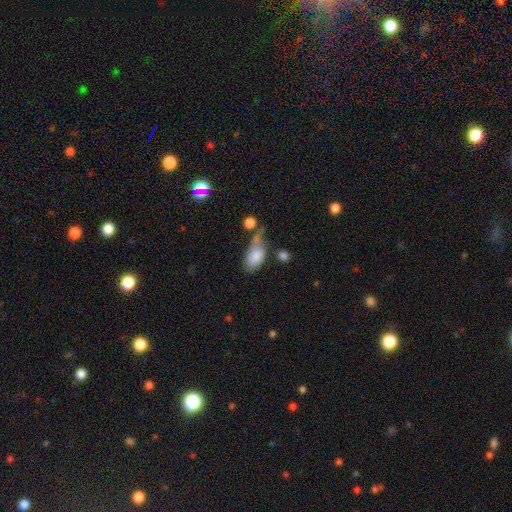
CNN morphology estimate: smooth-or-featured: smooth: 74% | featured or disk: 18% | star or artifact: 8%
  how-rounded: in between: 91% | round: 5% | cigar-shaped: 4%
  merging: minor disturbance: 29% (tied) | none: 29% (tied) | major disturbance: 25% | merger: 18%